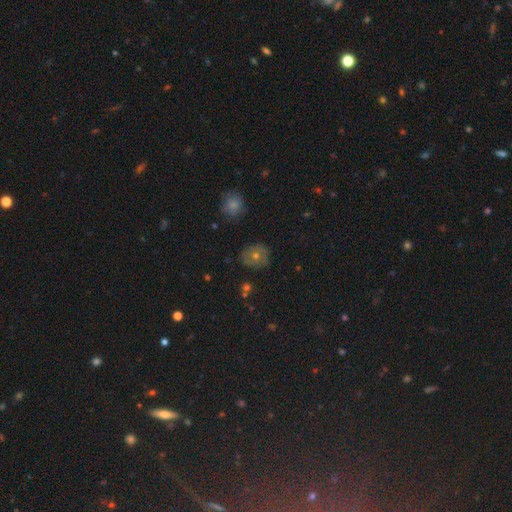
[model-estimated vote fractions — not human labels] This appears to be a smooth galaxy with no disk features (46%). Merging: none (81%).